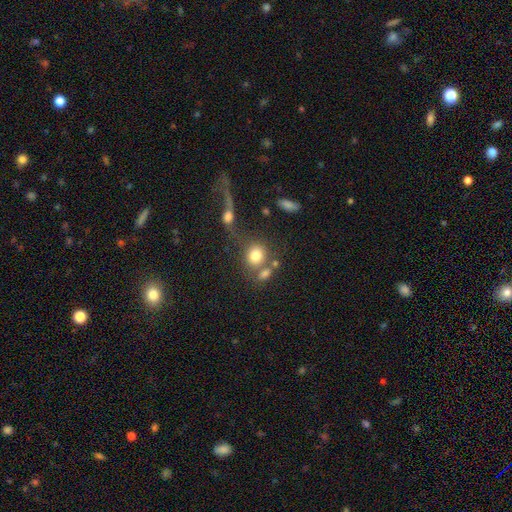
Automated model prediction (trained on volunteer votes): Smooth or featured? Predicted: smooth (p=0.76). How rounded? Predicted: round (p=0.69). Merging? Predicted: none (p=0.44).